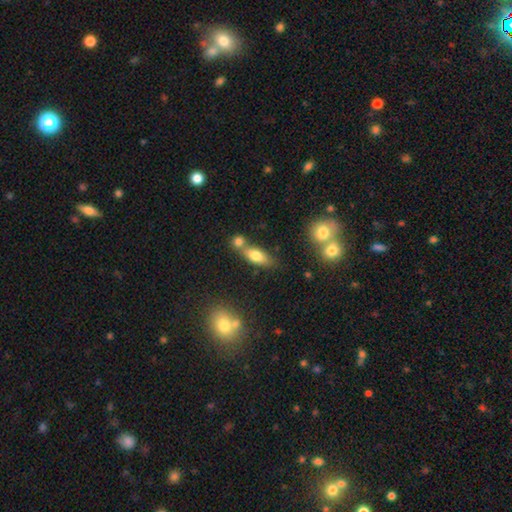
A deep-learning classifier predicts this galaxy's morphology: Smooth or featured?
  - smooth: 72% *
  - featured or disk: 18%
  - star or artifact: 10%
How rounded?
  - in between: 71% *
  - cigar-shaped: 22%
  - round: 7%
Merging?
  - none: 48% *
  - merger: 35%
  - minor disturbance: 13%
  - major disturbance: 5%